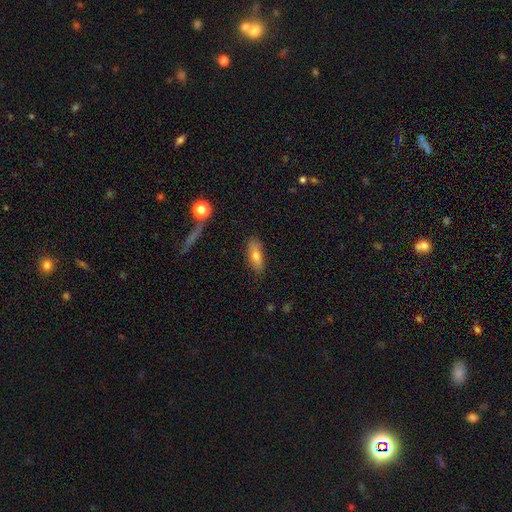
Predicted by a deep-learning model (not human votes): The model was most divided on "how rounded": in between: 65%, cigar-shaped: 31%, round: 4%. More confident: merging — none (81%); smooth or featured — smooth (69%).